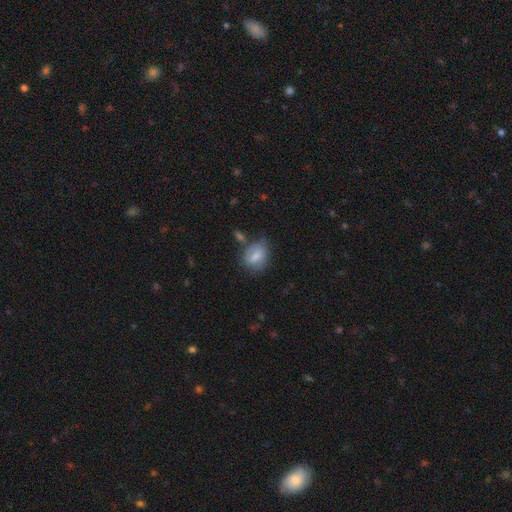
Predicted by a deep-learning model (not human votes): Overall: smooth (75%). How rounded: in between (63%; round 35%). Merging: none (54%; minor disturbance 28%).